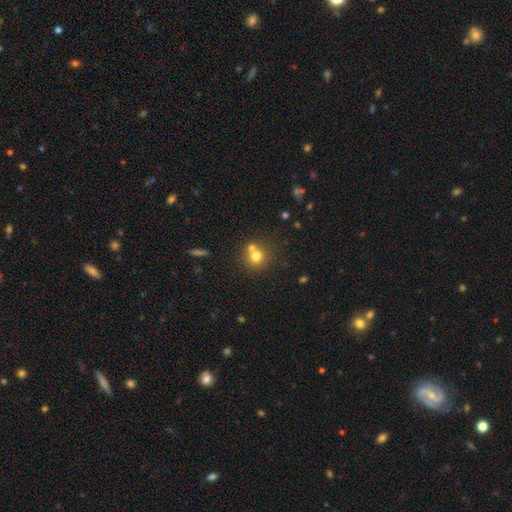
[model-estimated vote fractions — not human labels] The model was most divided on "merging": none: 54%, merger: 36%, minor disturbance: 8%, major disturbance: 3%. More confident: how rounded — round (89%); smooth or featured — smooth (73%).